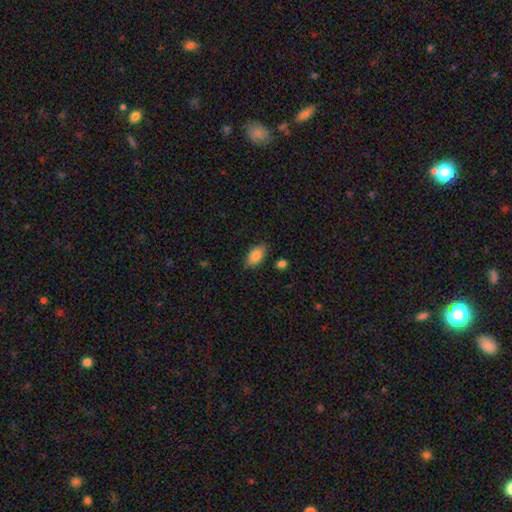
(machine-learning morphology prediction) Smooth or featured? smooth (84%)
How rounded? in between (91%)
Merging? none (82%)